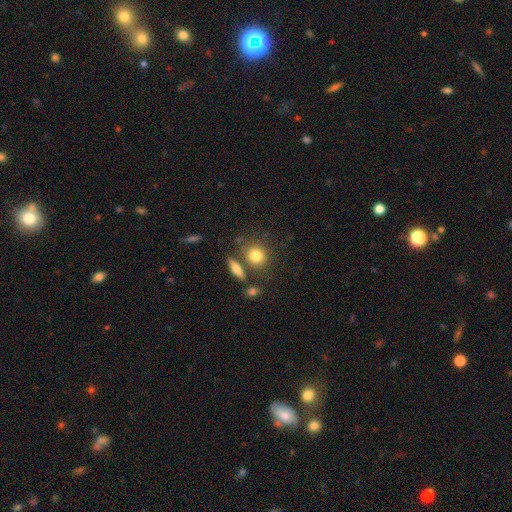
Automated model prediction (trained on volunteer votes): smooth-or-featured: smooth: 80% | featured or disk: 11% | star or artifact: 9%
  how-rounded: round: 73% | in between: 24% | cigar-shaped: 3%
  merging: none: 68% | merger: 16% | minor disturbance: 12% | major disturbance: 4%